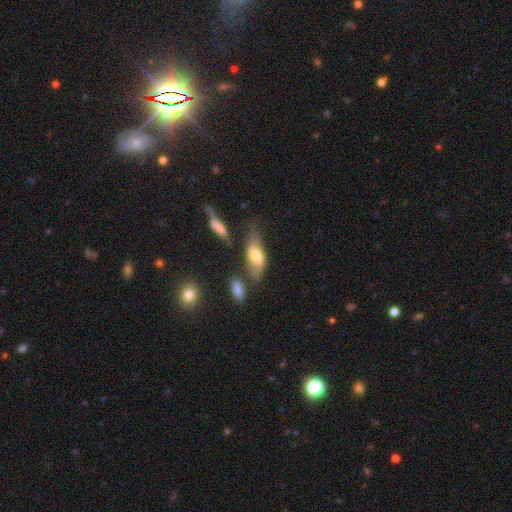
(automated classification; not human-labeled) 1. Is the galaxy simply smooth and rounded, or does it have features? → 59% smooth, 34% featured or disk, 7% star or artifact.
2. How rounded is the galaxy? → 77% in between, 20% cigar-shaped, 3% round.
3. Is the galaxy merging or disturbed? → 48% none, 25% minor disturbance, 14% merger, 13% major disturbance.